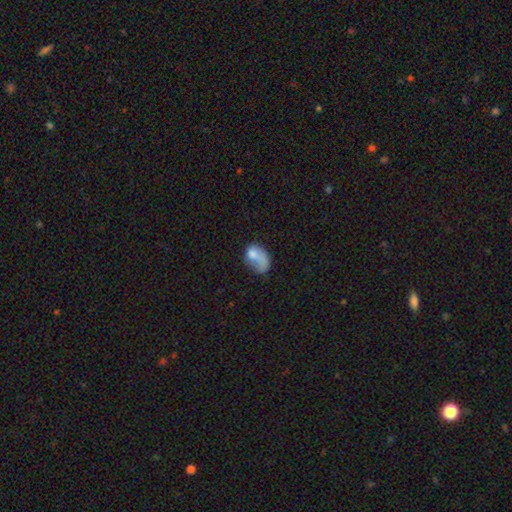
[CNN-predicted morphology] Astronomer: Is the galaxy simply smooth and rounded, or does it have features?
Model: smooth — 66%.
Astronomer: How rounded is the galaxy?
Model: in between — 81%.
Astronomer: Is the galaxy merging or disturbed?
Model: major disturbance — 37% (runner-up: none, 22%).